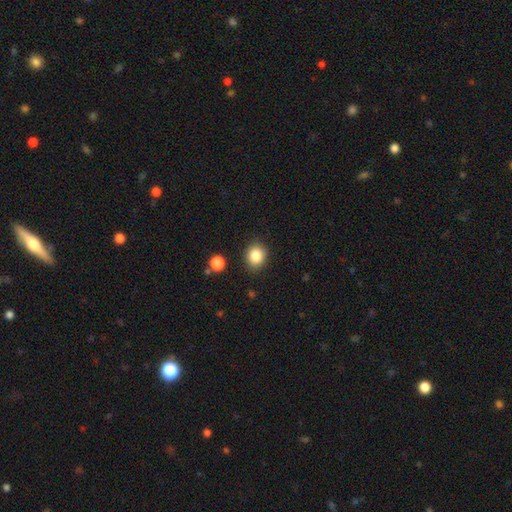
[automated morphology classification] smooth 85%, star or artifact 10%, featured or disk 5%. Down the decision tree: how rounded — round (69%); merging — none (87%).